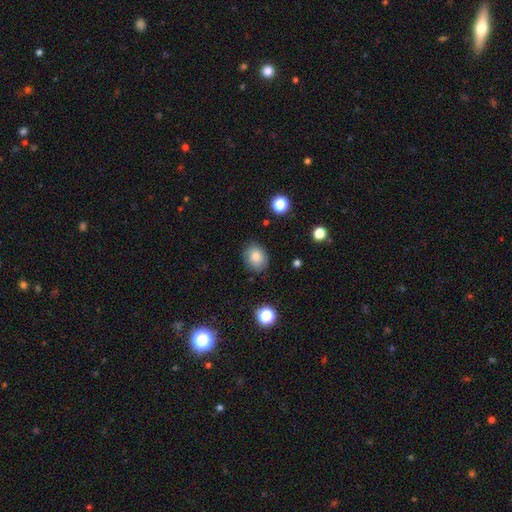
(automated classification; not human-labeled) Smooth or featured: smooth — 80% (star or artifact — 10%)
How rounded: round — 51% (in between — 48%)
Merging: none — 83% (minor disturbance — 13%)